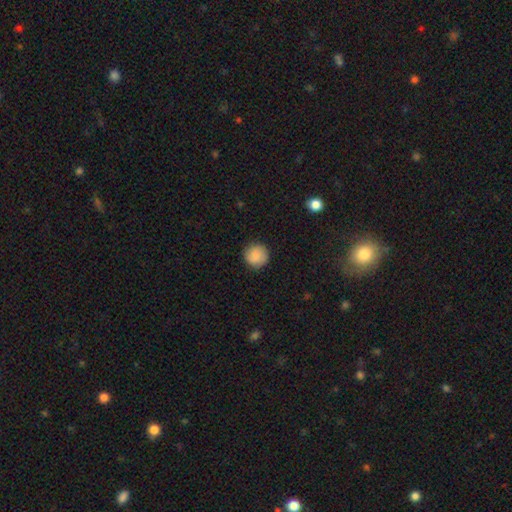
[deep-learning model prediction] The model was most divided on "smooth or featured": smooth: 85%, featured or disk: 8%, star or artifact: 8%. More confident: how rounded — round (95%); merging — none (89%).